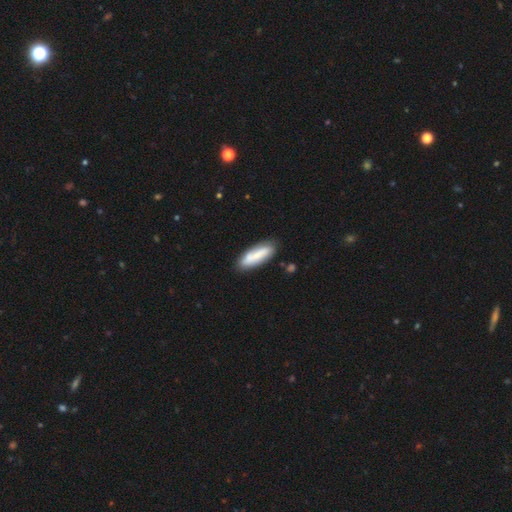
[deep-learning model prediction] Smooth or featured? Predicted: smooth (p=0.66). How rounded? Predicted: cigar-shaped (p=0.51). Merging? Predicted: none (p=0.78).